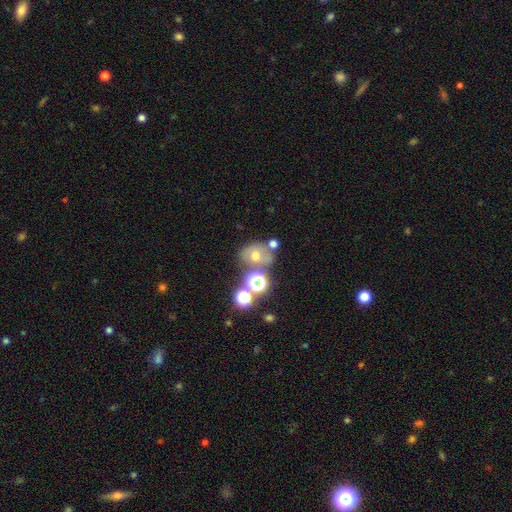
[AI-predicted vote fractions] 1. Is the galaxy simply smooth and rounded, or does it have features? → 46% smooth, 31% featured or disk, 22% star or artifact.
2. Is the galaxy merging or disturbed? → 53% none, 24% merger, 15% minor disturbance, 8% major disturbance.